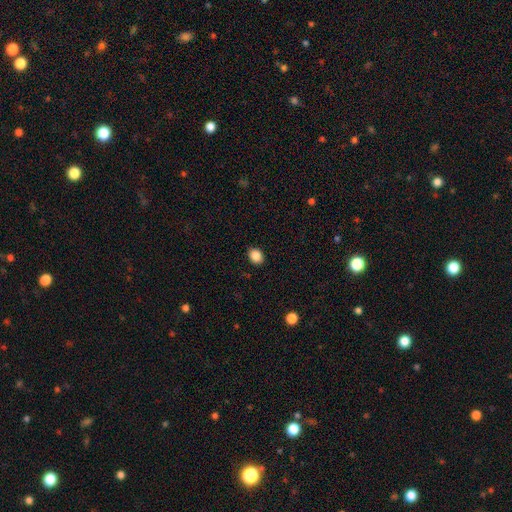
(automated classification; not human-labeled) A smooth galaxy with no disk features (87%) that is in between round and cigar-shaped (51%). Merging: none (90%).